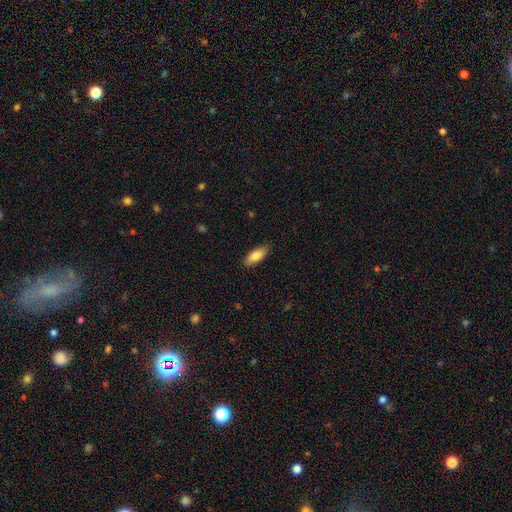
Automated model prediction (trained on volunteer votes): Morphology: type=smooth (82%); roundness=in between (76%); merging=none (86%).